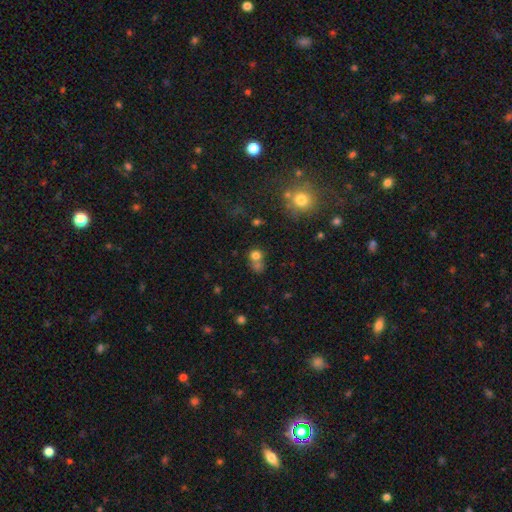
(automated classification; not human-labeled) smooth 73%, star or artifact 16%, featured or disk 11%. Down the decision tree: how rounded — round (78%); merging — merger (43%).